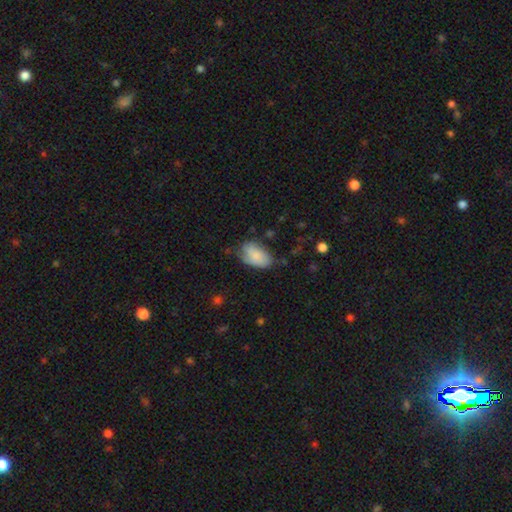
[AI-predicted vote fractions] smooth 79%, featured or disk 14%, star or artifact 7%. Down the decision tree: how rounded — in between (93%); merging — none (54%).